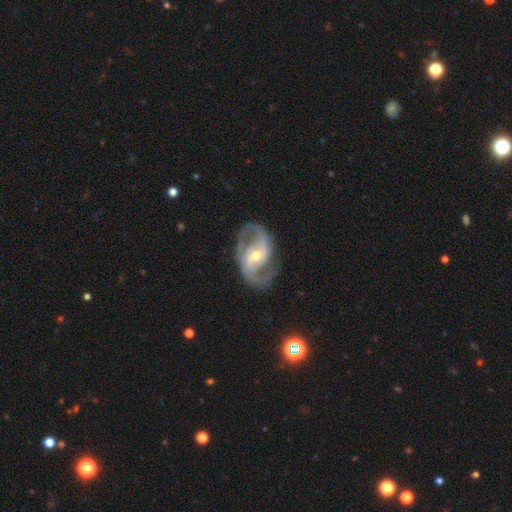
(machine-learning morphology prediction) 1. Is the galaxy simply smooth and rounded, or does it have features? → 89% featured or disk, 6% smooth, 5% star or artifact.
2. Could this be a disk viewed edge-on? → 97% no, 3% yes.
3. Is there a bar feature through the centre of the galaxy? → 42% weak, 32% no, 26% strong.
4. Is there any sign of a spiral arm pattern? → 95% yes, 5% no.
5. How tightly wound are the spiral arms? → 53% medium, 26% loose, 21% tight.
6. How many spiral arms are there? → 88% 2, 4% can't tell, 3% 3, 2% 1, 1% 4, 1% more than 4.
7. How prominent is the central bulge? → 59% moderate, 36% small, 4% large, 1% none, 1% dominant.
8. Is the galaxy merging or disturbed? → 75% none, 15% minor disturbance, 8% major disturbance, 1% merger.